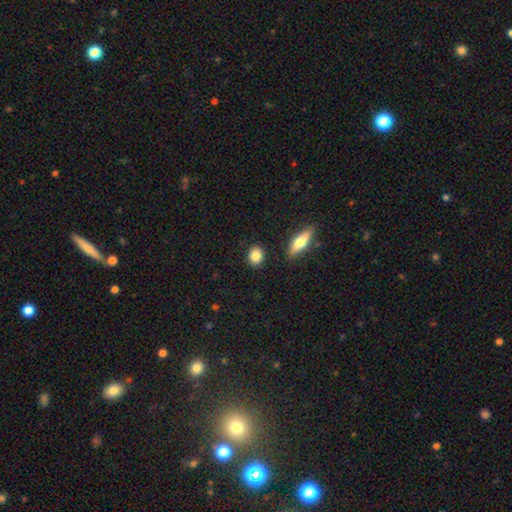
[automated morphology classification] smooth_or_featured: smooth (p=0.86) [alt: star or artifact p=0.07]
how_rounded: in between (p=0.51) [alt: round p=0.46]
merging: none (p=0.88) [alt: minor disturbance p=0.07]